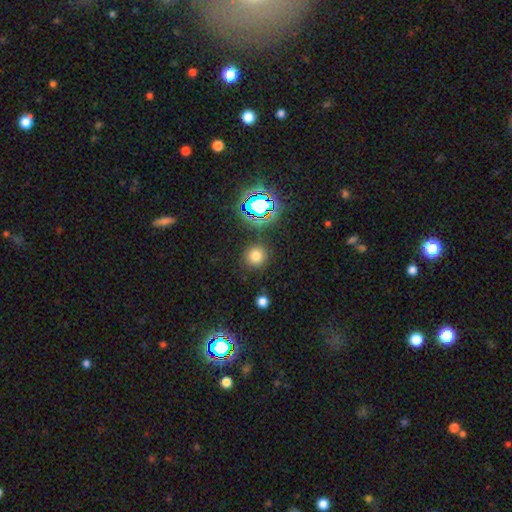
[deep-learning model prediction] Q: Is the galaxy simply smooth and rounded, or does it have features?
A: smooth — 72%.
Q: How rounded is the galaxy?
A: round — 91%.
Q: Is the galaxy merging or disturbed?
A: none — 86%.